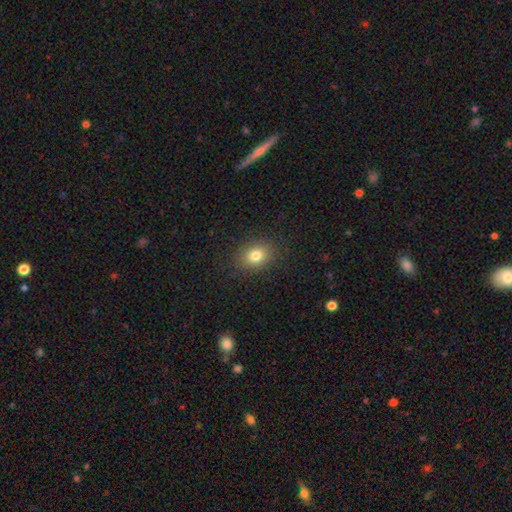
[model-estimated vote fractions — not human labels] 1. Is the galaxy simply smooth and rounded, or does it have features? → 79% smooth, 12% star or artifact, 9% featured or disk.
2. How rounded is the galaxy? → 57% in between, 42% round, 1% cigar-shaped.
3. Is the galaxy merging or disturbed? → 87% none, 9% minor disturbance, 3% major disturbance, 1% merger.